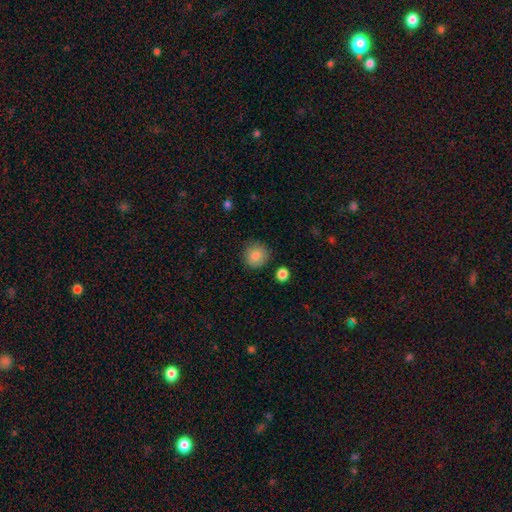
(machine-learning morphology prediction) Smooth or featured?
  - smooth: 86% *
  - star or artifact: 8%
  - featured or disk: 5%
How rounded?
  - round: 89% *
  - in between: 11%
  - cigar-shaped: 1%
Merging?
  - none: 87% *
  - minor disturbance: 8%
  - major disturbance: 3%
  - merger: 2%